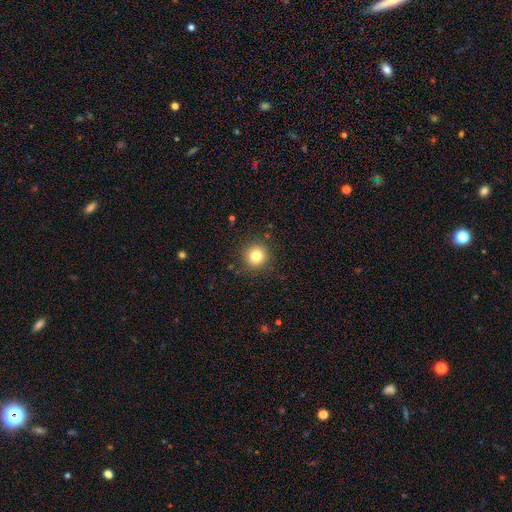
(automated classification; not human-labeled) Smooth or featured? smooth (81%)
How rounded? round (94%)
Merging? none (89%)